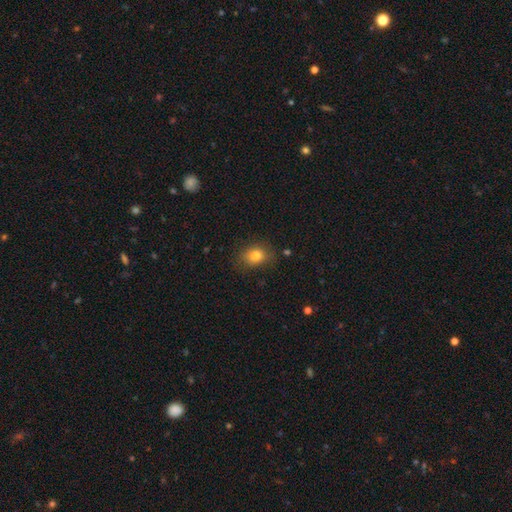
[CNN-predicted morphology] type=smooth (82%); roundness=in between (52%); merging=none (80%).